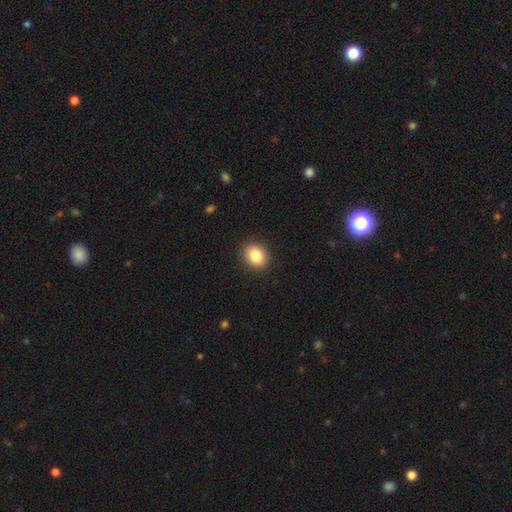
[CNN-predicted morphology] Q: Smooth or featured?
A: smooth (86%); runner-up: star or artifact (9%)
Q: How rounded?
A: round (57%); runner-up: in between (42%)
Q: Merging?
A: none (90%); runner-up: minor disturbance (7%)